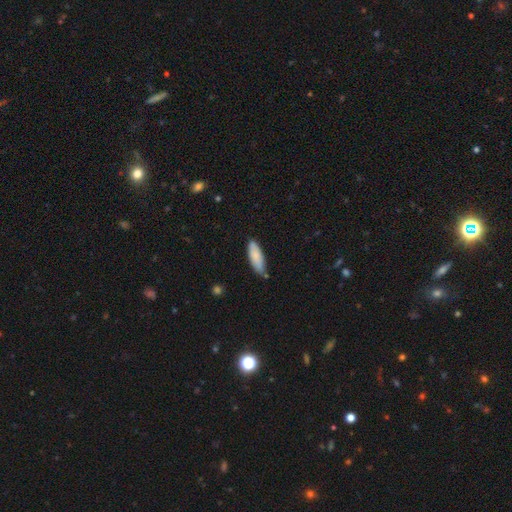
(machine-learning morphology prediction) The model was most divided on "how rounded": in between: 58%, cigar-shaped: 40%, round: 1%. More confident: smooth or featured — smooth (83%); merging — none (73%).